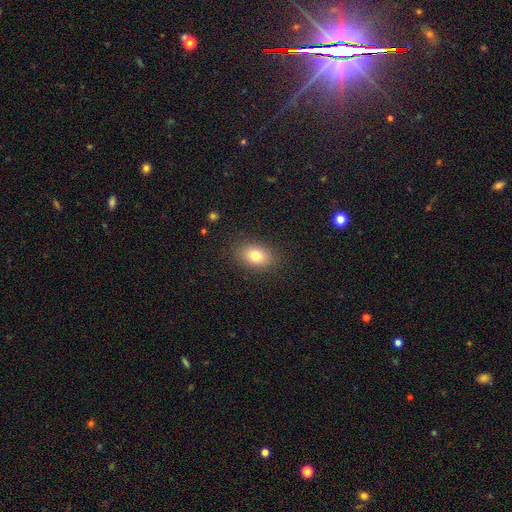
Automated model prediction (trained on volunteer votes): smooth-or-featured: smooth: 79% | featured or disk: 11% | star or artifact: 10%
  how-rounded: in between: 78% | round: 21% | cigar-shaped: 1%
  merging: none: 87% | minor disturbance: 9% | major disturbance: 3% | merger: 1%